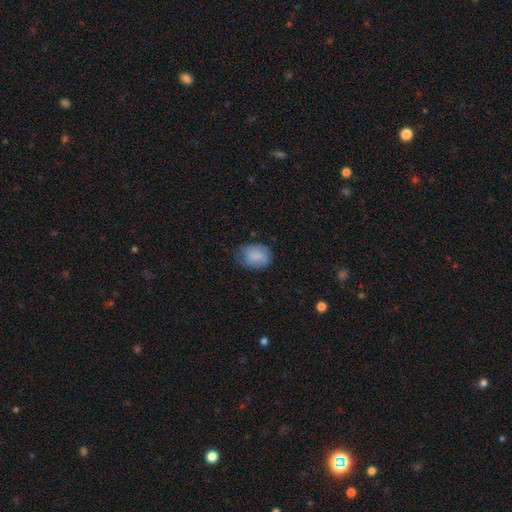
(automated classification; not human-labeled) Smooth or featured: smooth — 81% (featured or disk — 12%)
How rounded: in between — 63% (round — 36%)
Merging: none — 60% (minor disturbance — 30%)